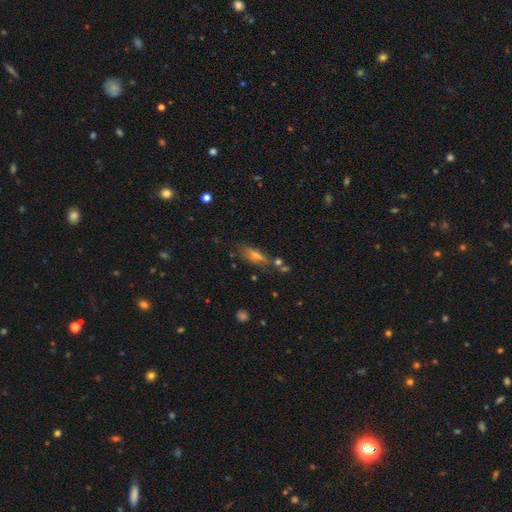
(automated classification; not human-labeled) Smooth or featured?
  - smooth: 43% *
  - featured or disk: 40%
  - star or artifact: 17%
Merging?
  - none: 66% *
  - minor disturbance: 18%
  - merger: 9%
  - major disturbance: 7%